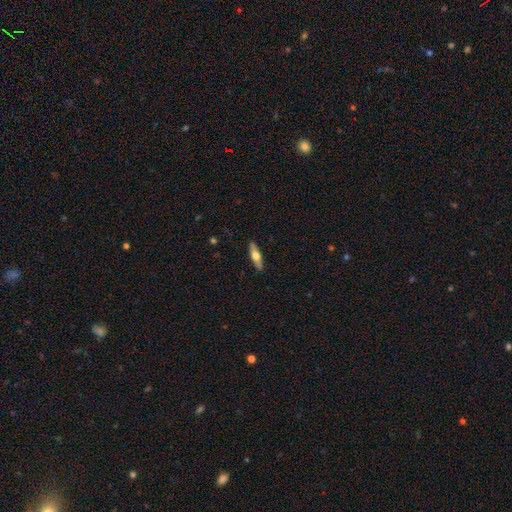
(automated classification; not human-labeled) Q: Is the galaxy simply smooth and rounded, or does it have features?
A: smooth — 50%.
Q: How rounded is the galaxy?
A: cigar-shaped — 62%.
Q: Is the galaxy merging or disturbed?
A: none — 89%.